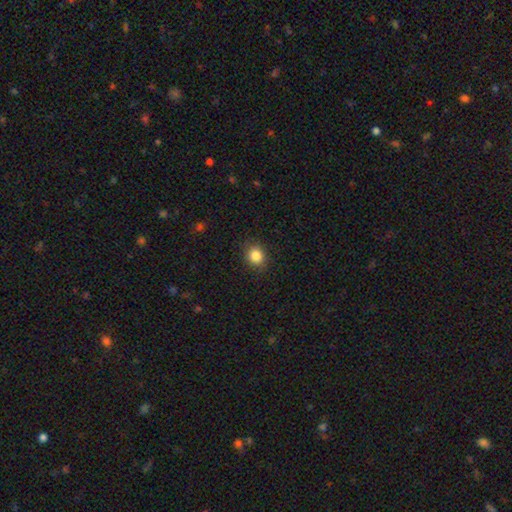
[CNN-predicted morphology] smooth_or_featured: smooth (p=0.85) [alt: star or artifact p=0.10]
how_rounded: round (p=0.71) [alt: in between p=0.28]
merging: none (p=0.88) [alt: minor disturbance p=0.09]